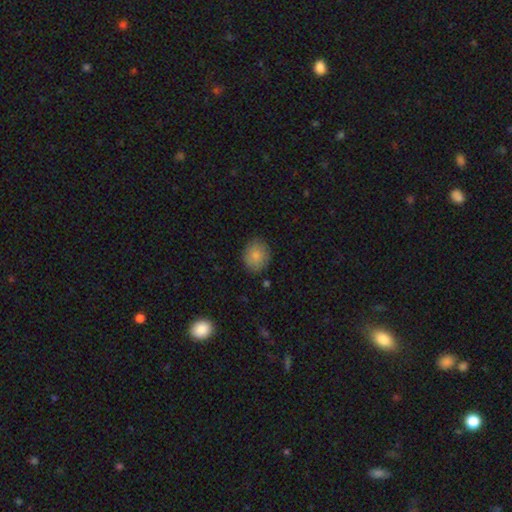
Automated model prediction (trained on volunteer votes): This is clearly a smooth galaxy (83%). How rounded: likely round (66%). Merging: clearly none (83%).